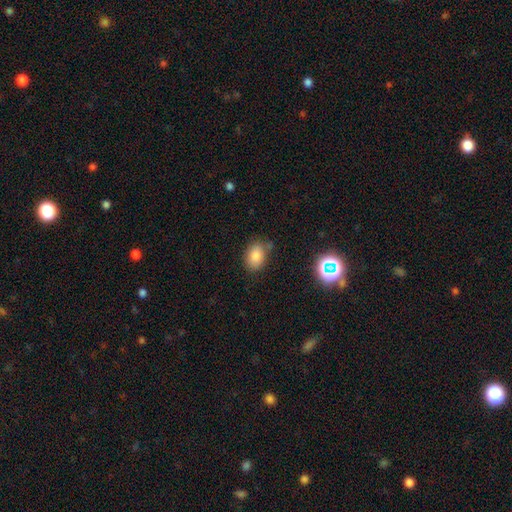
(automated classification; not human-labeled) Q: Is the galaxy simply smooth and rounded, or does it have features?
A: smooth — 83%.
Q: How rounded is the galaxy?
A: in between — 80%.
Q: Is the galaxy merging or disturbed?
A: none — 73%.